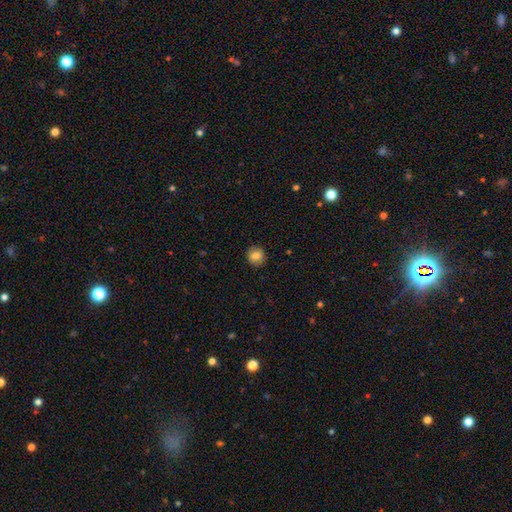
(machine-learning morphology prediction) smooth-or-featured: smooth: 82% | star or artifact: 9% | featured or disk: 9%
  how-rounded: round: 90% | in between: 9% | cigar-shaped: 1%
  merging: none: 90% | minor disturbance: 7% | major disturbance: 2% | merger: 1%